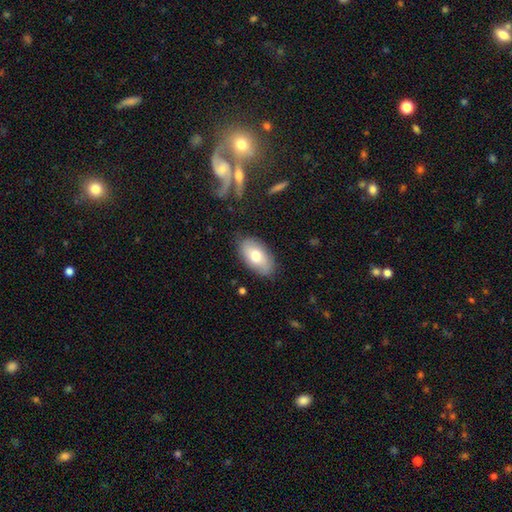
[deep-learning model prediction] A smooth galaxy with no disk features (71%) that is in between round and cigar-shaped (93%).

Vote fractions:
- Smooth or featured? smooth: 71% / featured or disk: 22% / star or artifact: 7%
- How rounded? in between: 93% / round: 4% / cigar-shaped: 2%
- Merging? none: 82% / minor disturbance: 14% / major disturbance: 3% / merger: 1%